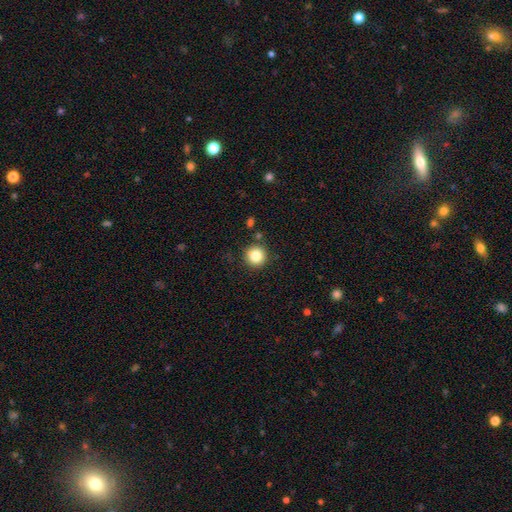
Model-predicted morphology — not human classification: Q: Smooth or featured?
A: smooth (85%); runner-up: star or artifact (10%)
Q: How rounded?
A: round (95%); runner-up: in between (4%)
Q: Merging?
A: none (89%); runner-up: minor disturbance (6%)